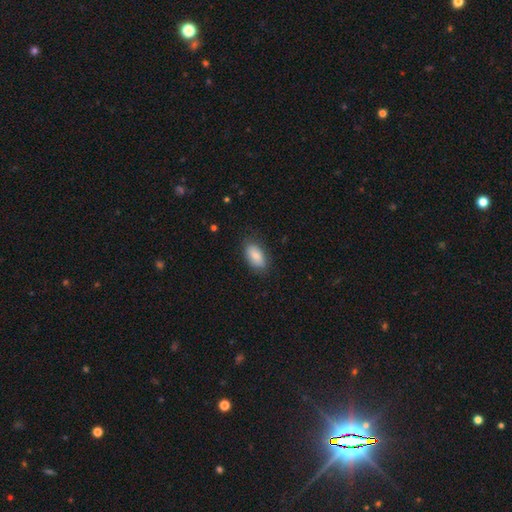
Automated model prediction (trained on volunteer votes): Smooth or featured? smooth (84%)
How rounded? in between (90%)
Merging? none (78%)